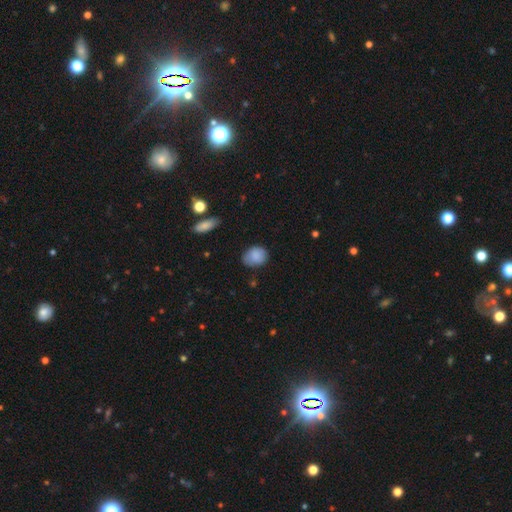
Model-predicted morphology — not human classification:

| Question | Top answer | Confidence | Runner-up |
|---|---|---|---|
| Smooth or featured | smooth | 85% | star or artifact (8%) |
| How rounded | in between | 58% | round (41%) |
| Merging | none | 69% | minor disturbance (25%) |